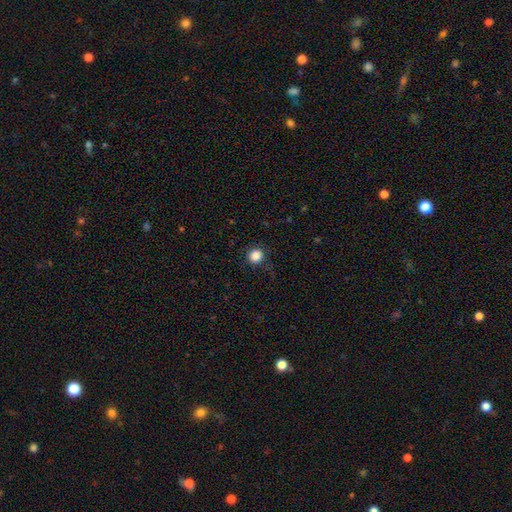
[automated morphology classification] This is clearly a smooth galaxy (87%). How rounded: clearly round (93%). Merging: clearly none (87%).